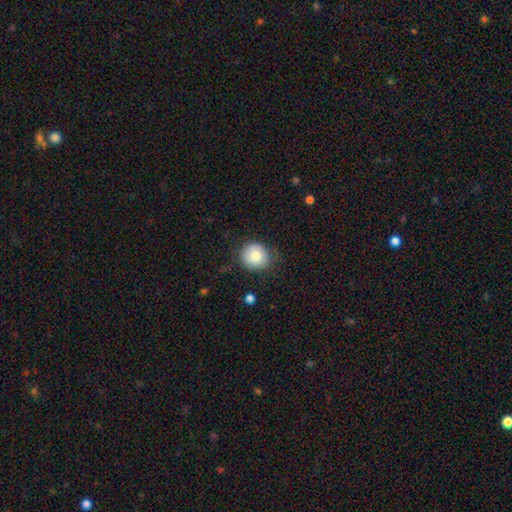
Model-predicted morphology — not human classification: This appears to be a smooth galaxy with no disk features (77%) that is round (89%). Merging: none (75%).